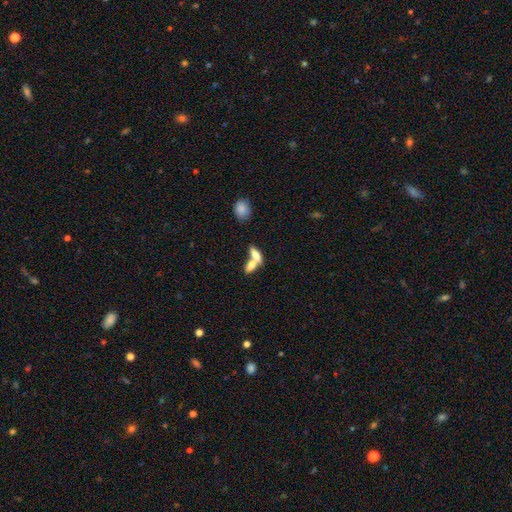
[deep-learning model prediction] Overall: smooth (71%). How rounded: in between (71%). Merging: merger (63%; none 26%).